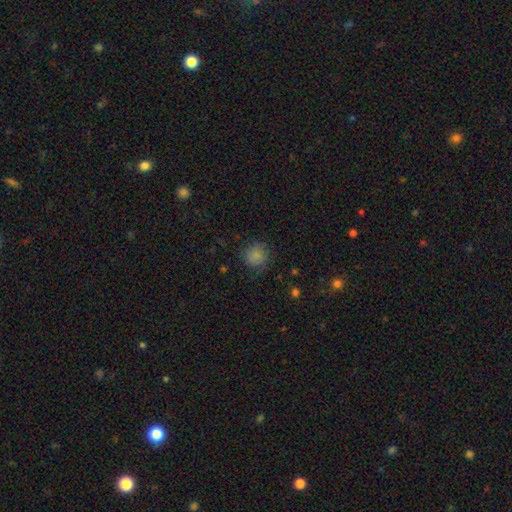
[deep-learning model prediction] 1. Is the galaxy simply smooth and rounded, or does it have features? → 82% smooth, 11% star or artifact, 7% featured or disk.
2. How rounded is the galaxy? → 88% round, 11% in between, 1% cigar-shaped.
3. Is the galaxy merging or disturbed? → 76% none, 17% minor disturbance, 6% major disturbance, 1% merger.